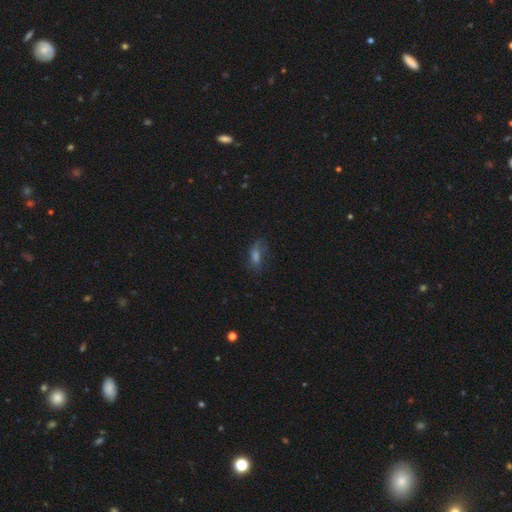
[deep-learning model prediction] A smooth galaxy with no disk features (46%). Merging: none (59%).